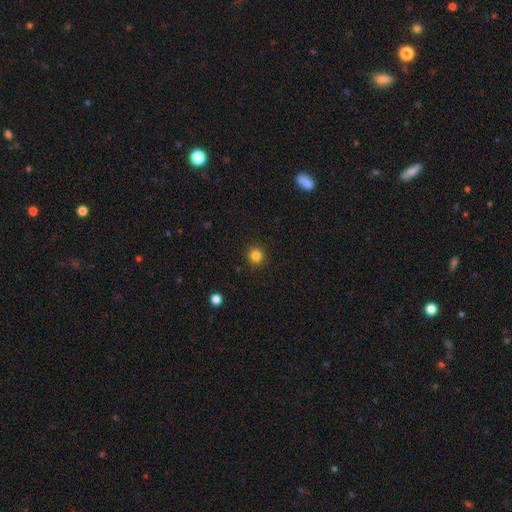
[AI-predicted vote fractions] A smooth galaxy with no disk features (83%) that is round (92%).

Vote fractions:
- Smooth or featured? smooth: 83% / star or artifact: 12% / featured or disk: 5%
- How rounded? round: 92% / in between: 7% / cigar-shaped: 1%
- Merging? none: 92% / minor disturbance: 6% / major disturbance: 2% / merger: 1%